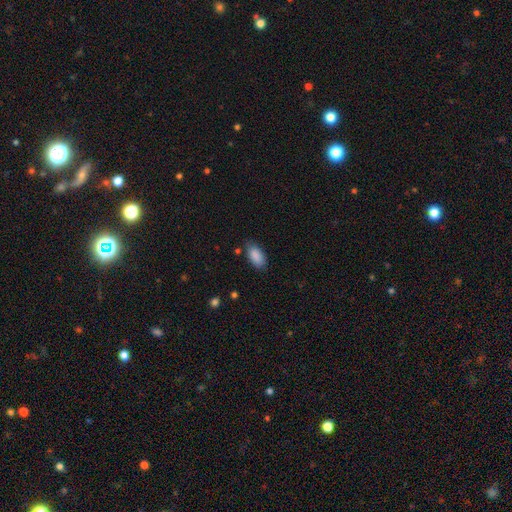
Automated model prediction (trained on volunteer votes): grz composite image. It shows a smooth galaxy with no disk features (89%) that is in between round and cigar-shaped (93%). Merging: none (79%).